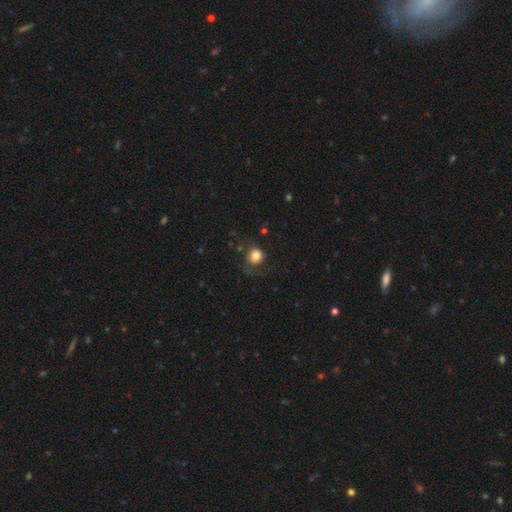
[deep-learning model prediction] Q: Smooth or featured?
A: smooth (81%); runner-up: star or artifact (10%)
Q: How rounded?
A: round (76%); runner-up: in between (24%)
Q: Merging?
A: none (60%); runner-up: minor disturbance (21%)